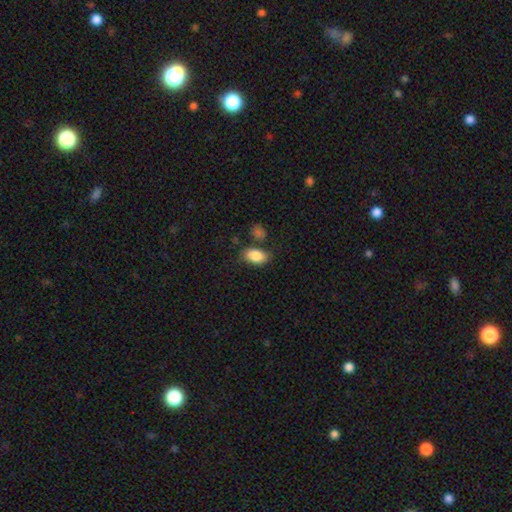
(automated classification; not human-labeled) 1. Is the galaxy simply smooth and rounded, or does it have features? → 86% smooth, 7% star or artifact, 7% featured or disk.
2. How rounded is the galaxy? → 90% in between, 8% round, 2% cigar-shaped.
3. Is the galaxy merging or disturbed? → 68% none, 18% minor disturbance, 9% merger, 5% major disturbance.